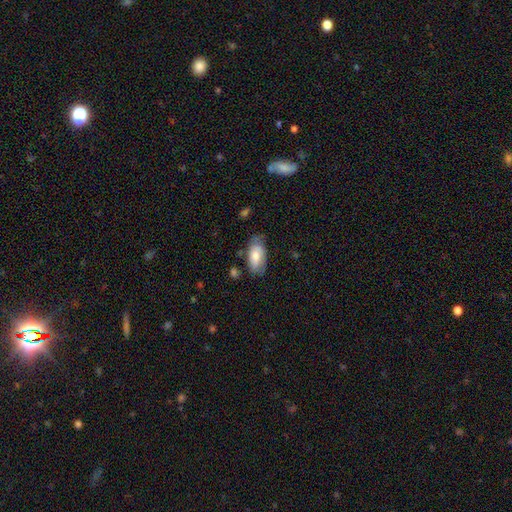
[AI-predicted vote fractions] The model was most divided on "merging": none: 62%, minor disturbance: 28%, major disturbance: 8%, merger: 3%. More confident: how rounded — in between (91%); smooth or featured — smooth (69%).